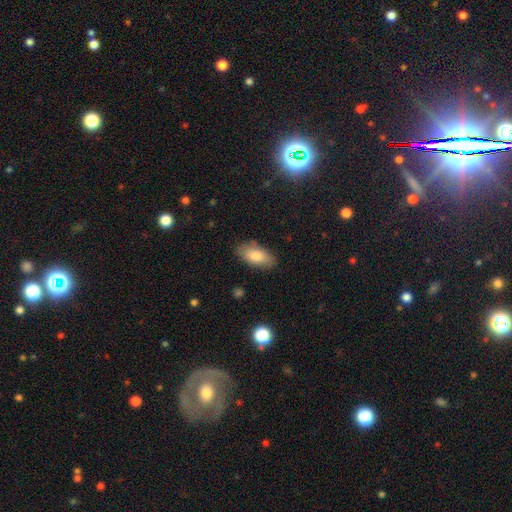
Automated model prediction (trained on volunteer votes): smooth-or-featured: smooth: 82% | featured or disk: 12% | star or artifact: 7%
  how-rounded: in between: 91% | cigar-shaped: 6% | round: 3%
  merging: none: 82% | minor disturbance: 14% | major disturbance: 3% | merger: 1%